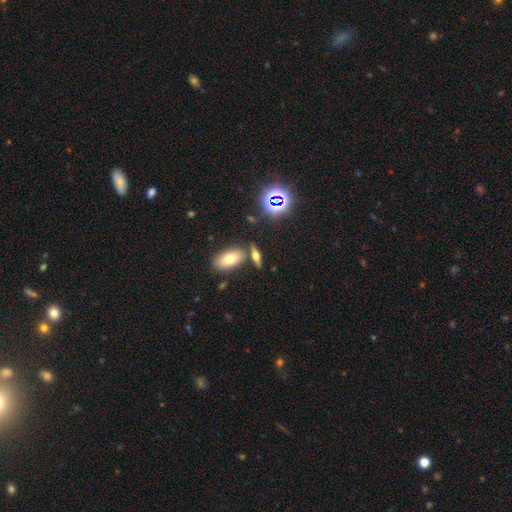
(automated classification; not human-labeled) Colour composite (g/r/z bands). It shows a smooth galaxy with no disk features (49%). Merging: none (72%).